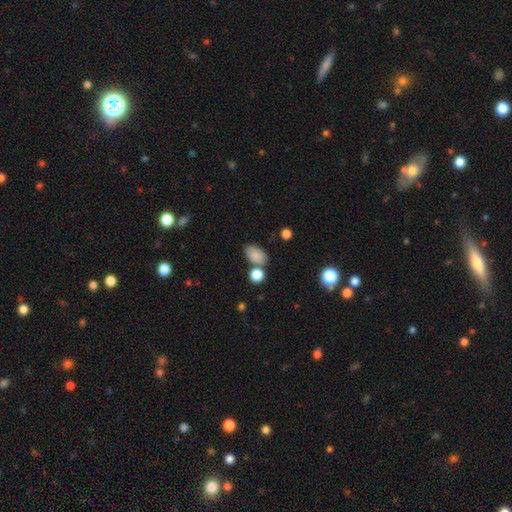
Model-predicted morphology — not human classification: Smooth or featured? smooth (82%)
How rounded? in between (87%)
Merging? none (64%)